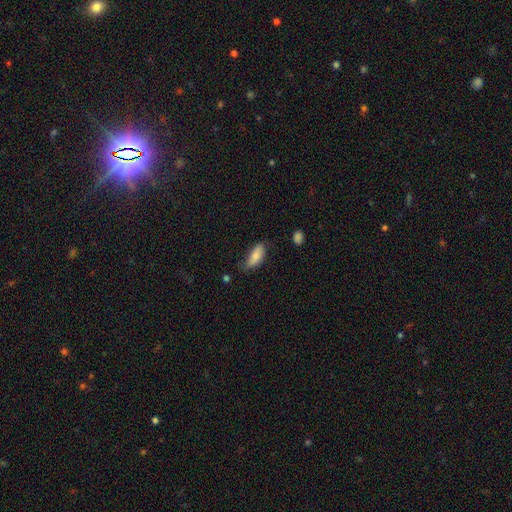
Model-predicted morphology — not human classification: smooth 77%, featured or disk 16%, star or artifact 7%. Down the decision tree: how rounded — in between (81%); merging — none (58%).